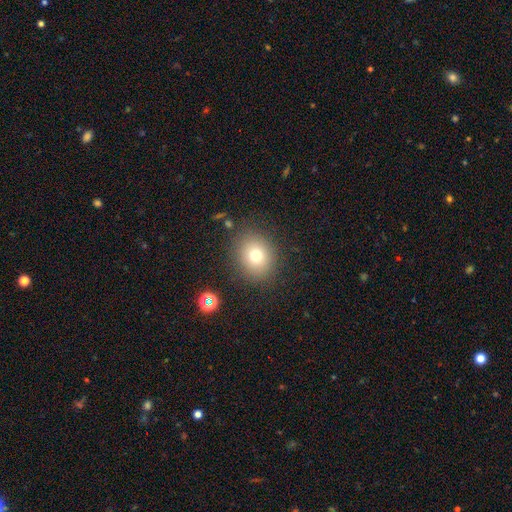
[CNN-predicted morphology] type=smooth (74%); roundness=round (72%); merging=none (85%).